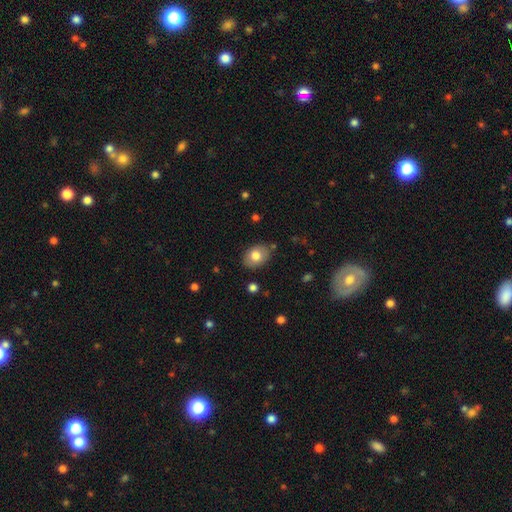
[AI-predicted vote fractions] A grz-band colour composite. It shows a smooth galaxy with no disk features (79%) that is in between round and cigar-shaped (70%). Merging: none (83%).